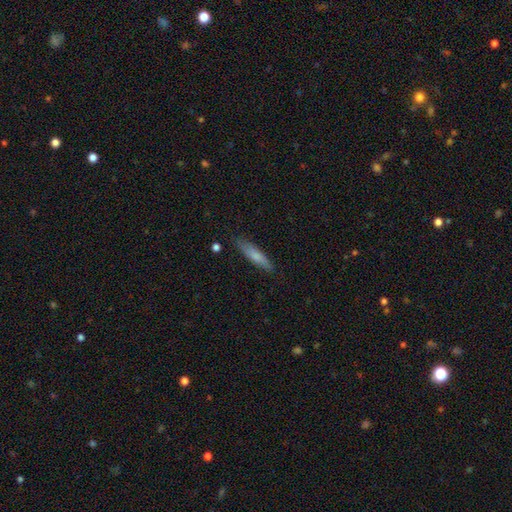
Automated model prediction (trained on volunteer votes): Q: Smooth or featured?
A: smooth (75%); runner-up: featured or disk (19%)
Q: How rounded?
A: cigar-shaped (81%); runner-up: in between (18%)
Q: Merging?
A: none (84%); runner-up: minor disturbance (13%)